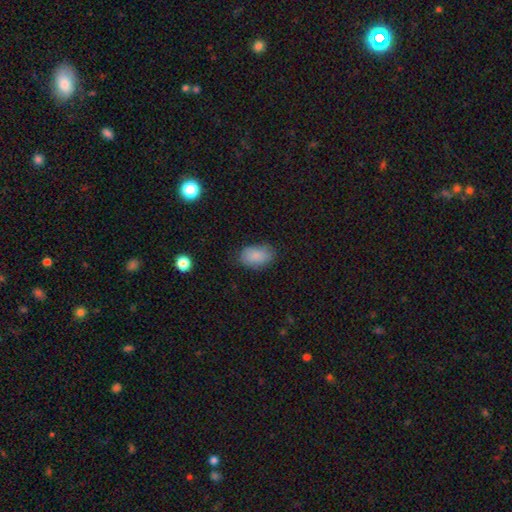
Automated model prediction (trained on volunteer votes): smooth_or_featured: smooth (p=0.86) [alt: star or artifact p=0.08]
how_rounded: in between (p=0.90) [alt: round p=0.08]
merging: none (p=0.76) [alt: minor disturbance p=0.18]